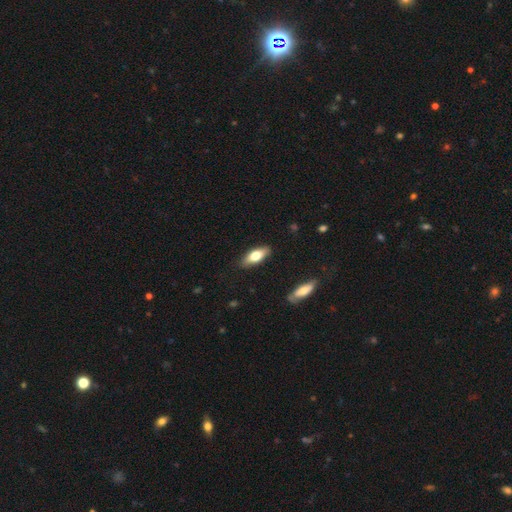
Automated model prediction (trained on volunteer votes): Morphology: type=smooth (67%); roundness=in between (72%); merging=none (86%).